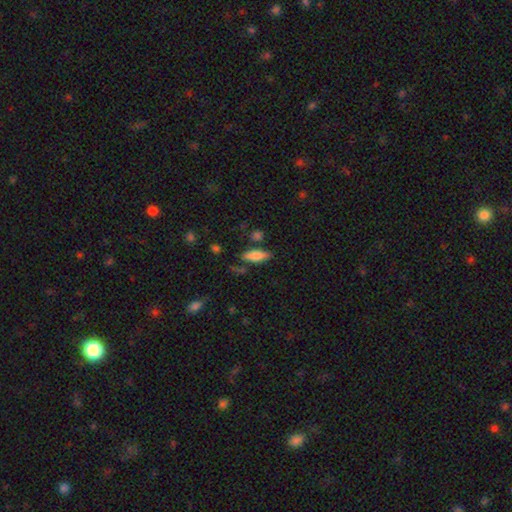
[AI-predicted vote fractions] smooth_or_featured: smooth (p=0.77) [alt: featured or disk p=0.16]
how_rounded: in between (p=0.64) [alt: cigar-shaped p=0.33]
merging: none (p=0.72) [alt: minor disturbance p=0.16]